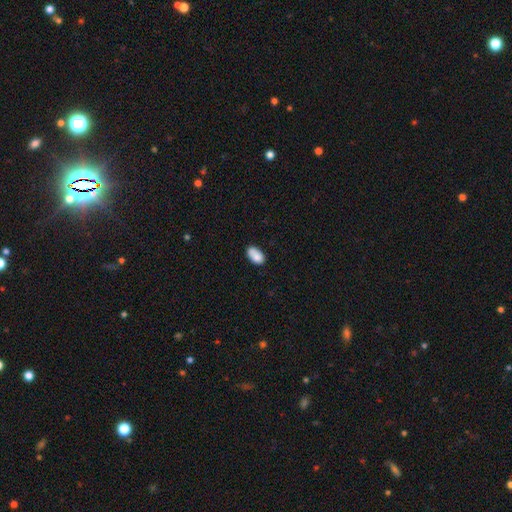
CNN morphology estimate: This appears to be a smooth galaxy with no disk features (83%) that is in between round and cigar-shaped (91%). Merging: none (64%).